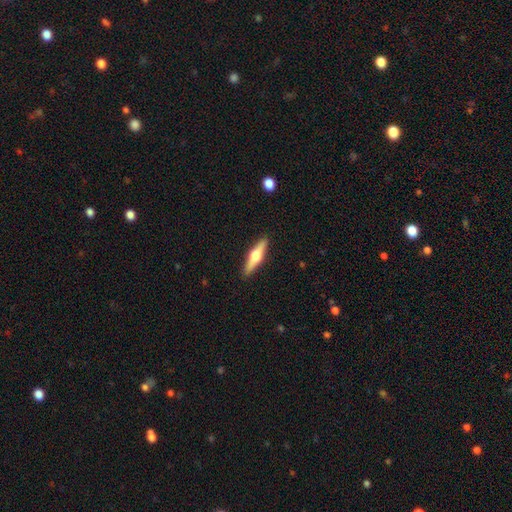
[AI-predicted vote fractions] A featured or disk galaxy (62%) viewed edge-on (97%) with a rounded central bulge (96%).

Vote fractions:
- Smooth or featured? featured or disk: 62% / smooth: 33% / star or artifact: 5%
- Edge-on disk? yes: 97% / no: 3%
- Edge-on bulge? rounded: 96% / boxy: 3% / none: 2%
- Merging? none: 91% / minor disturbance: 7% / major disturbance: 1% / merger: 1%